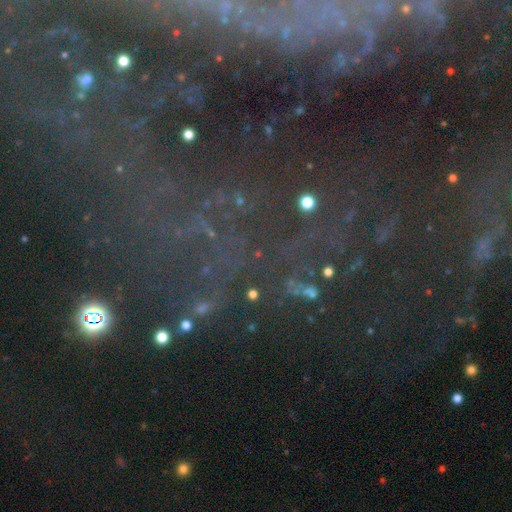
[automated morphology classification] A star or artifact, not a galaxy (69%).

Vote fractions:
- Smooth or featured? star or artifact: 69% / smooth: 16% / featured or disk: 15%